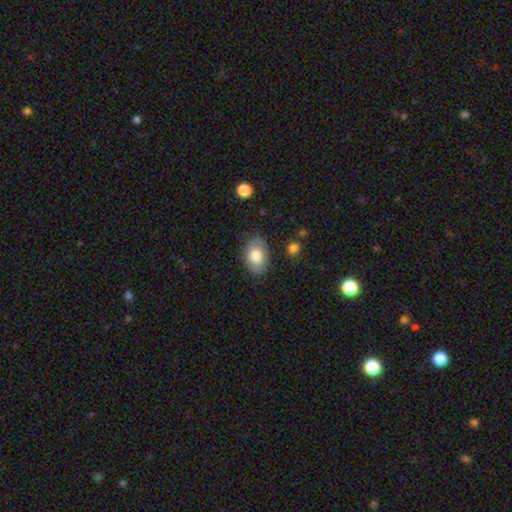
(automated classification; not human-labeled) The model was most divided on "smooth or featured": smooth: 78%, featured or disk: 15%, star or artifact: 7%. More confident: how rounded — in between (84%); merging — none (81%).